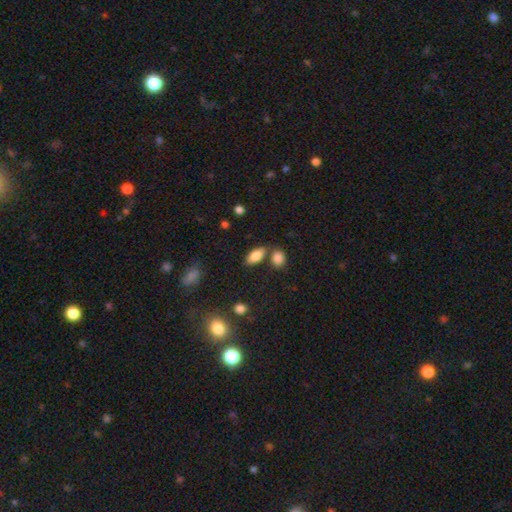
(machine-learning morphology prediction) A smooth galaxy with no disk features (84%) that is in between round and cigar-shaped (88%). Merging: none (69%).